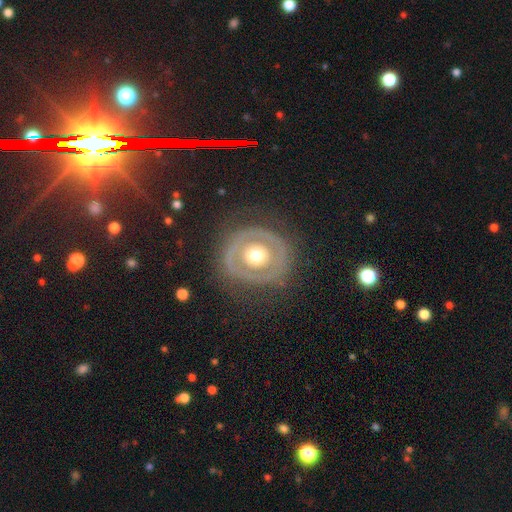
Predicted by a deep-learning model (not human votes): Smooth or featured? featured or disk (60%)
Edge-on disk? no (95%)
Bar? no (89%)
Spiral arms? no (85%)
Bulge size? moderate (66%)
Merging? none (79%)